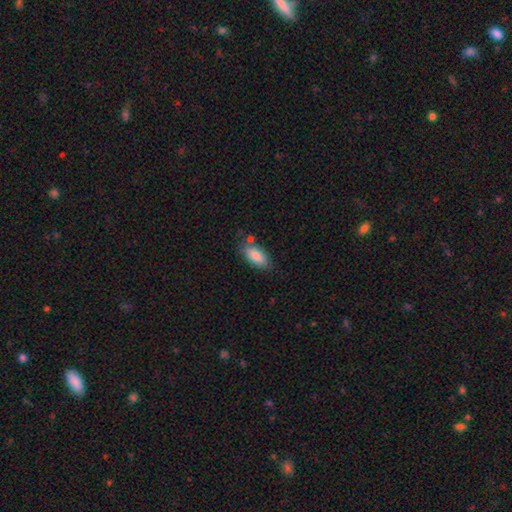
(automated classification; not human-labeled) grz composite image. It shows a smooth galaxy with no disk features (84%) that is in between round and cigar-shaped (88%). Merging: none (73%).